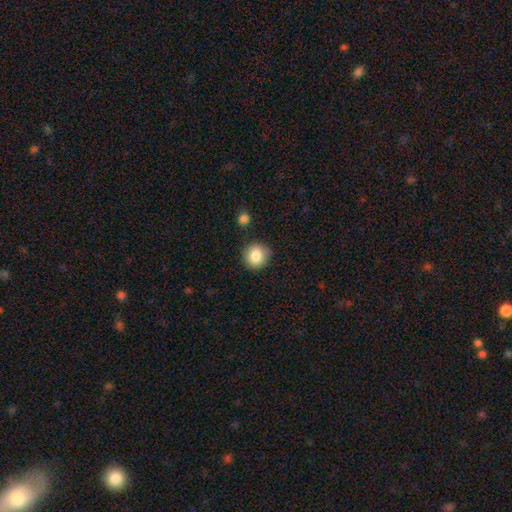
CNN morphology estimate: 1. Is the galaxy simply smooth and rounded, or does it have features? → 84% smooth, 9% star or artifact, 7% featured or disk.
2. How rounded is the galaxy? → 87% round, 12% in between, 1% cigar-shaped.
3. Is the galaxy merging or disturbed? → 82% none, 12% minor disturbance, 3% merger, 3% major disturbance.